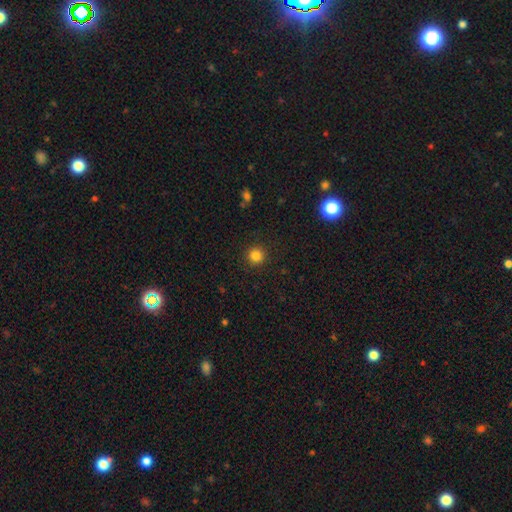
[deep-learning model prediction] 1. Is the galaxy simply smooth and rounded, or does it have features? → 83% smooth, 12% star or artifact, 4% featured or disk.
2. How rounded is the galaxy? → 94% round, 5% in between, 1% cigar-shaped.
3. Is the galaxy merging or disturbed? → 91% none, 5% minor disturbance, 2% major disturbance, 1% merger.